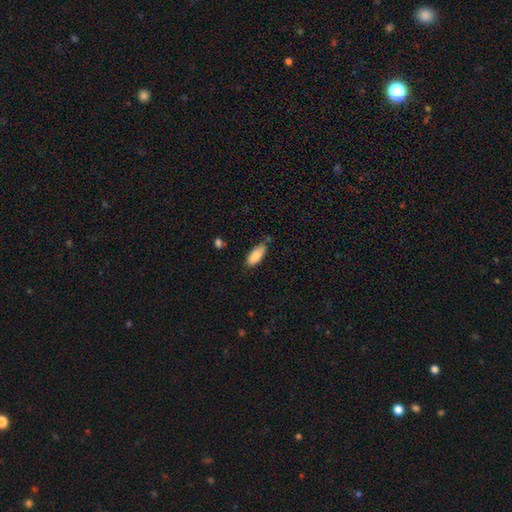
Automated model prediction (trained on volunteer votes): This is clearly a smooth galaxy (86%). How rounded: clearly in between (81%). Merging: likely none (67%).